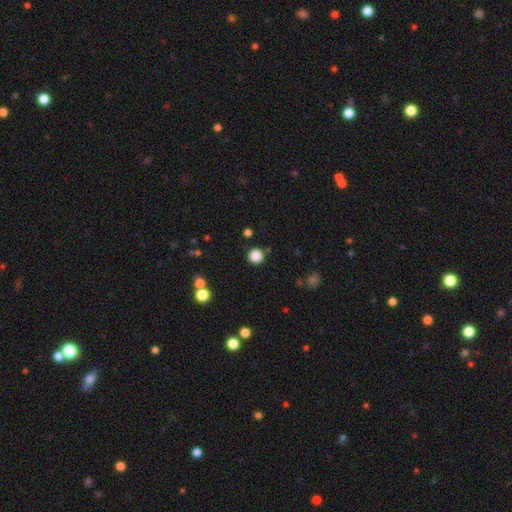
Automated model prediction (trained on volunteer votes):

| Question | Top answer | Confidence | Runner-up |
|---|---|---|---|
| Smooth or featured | smooth | 85% | star or artifact (12%) |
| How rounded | round | 95% | in between (4%) |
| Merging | none | 89% | minor disturbance (6%) |